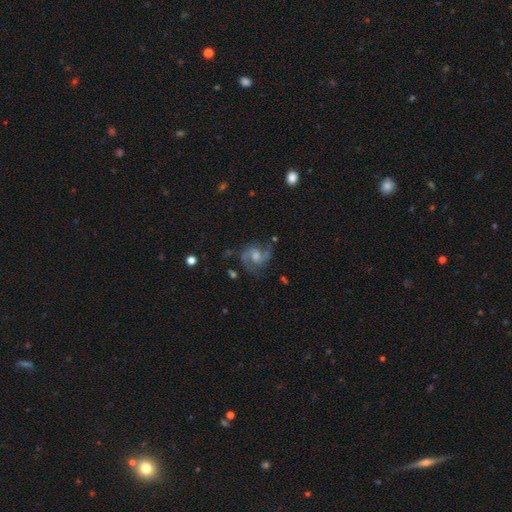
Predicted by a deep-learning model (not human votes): This is clearly a featured or disk galaxy (86%). It is clearly not viewed edge-on (98%). Bar: possibly weak (46%). Spiral arm pattern: clearly yes (97%). Spiral arm count: clearly 2 (90%). Spiral winding: possibly medium (59%). Central bulge: possibly moderate (47%). Merging: likely none (71%).